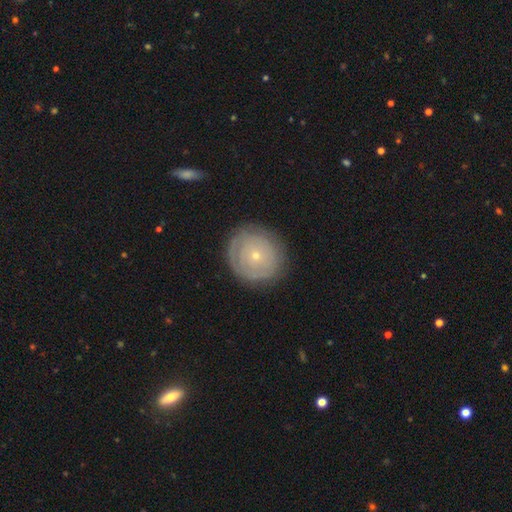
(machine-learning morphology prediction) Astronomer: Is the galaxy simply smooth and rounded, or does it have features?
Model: featured or disk — 58% (runner-up: smooth, 36%).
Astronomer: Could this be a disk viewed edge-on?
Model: no — 97%.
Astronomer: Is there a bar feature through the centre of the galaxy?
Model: no — 89%.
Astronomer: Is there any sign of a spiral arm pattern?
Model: yes — 57% (runner-up: no, 43%).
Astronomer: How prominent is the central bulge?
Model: small — 78%.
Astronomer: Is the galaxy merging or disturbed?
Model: none — 83%.